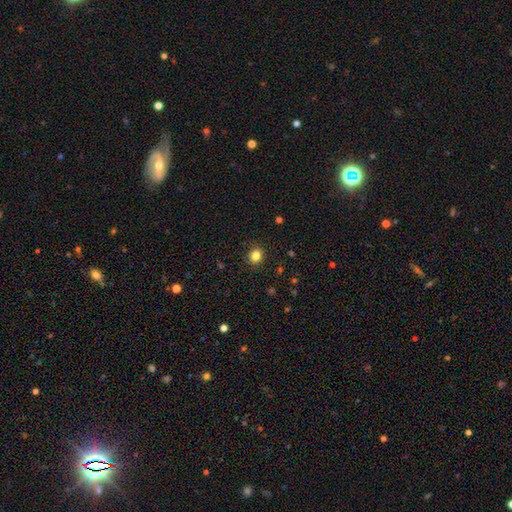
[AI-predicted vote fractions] smooth 83%, star or artifact 12%, featured or disk 5%. Down the decision tree: how rounded — round (73%); merging — none (89%).